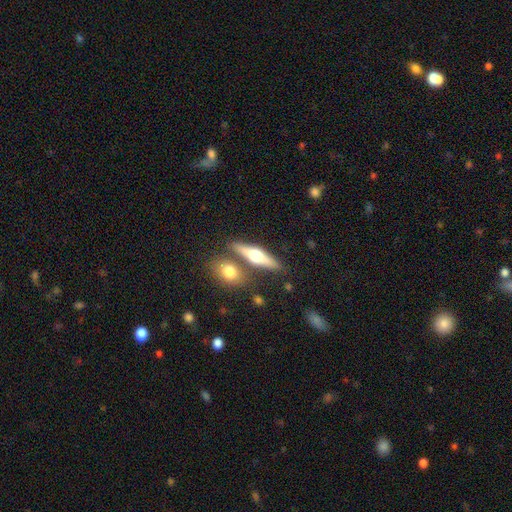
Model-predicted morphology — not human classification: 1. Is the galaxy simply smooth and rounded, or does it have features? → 53% featured or disk, 40% smooth, 6% star or artifact.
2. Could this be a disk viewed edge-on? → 92% yes, 8% no.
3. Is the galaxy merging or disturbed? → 71% none, 17% merger, 9% minor disturbance, 3% major disturbance.